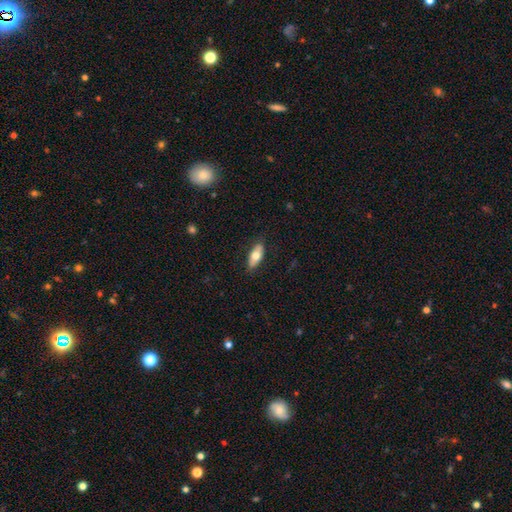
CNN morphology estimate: This appears to be a smooth galaxy with no disk features (67%) that is in between round and cigar-shaped (78%). Merging: none (85%).